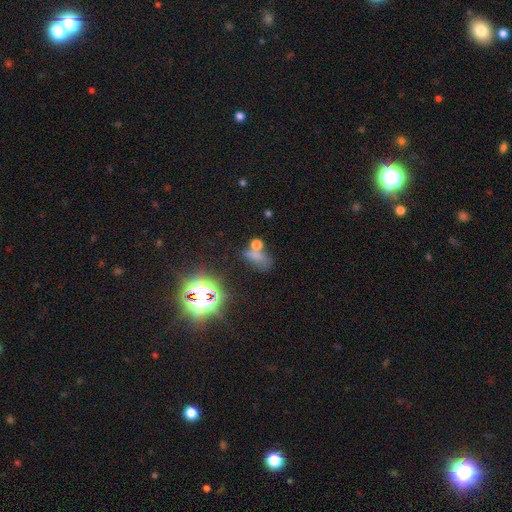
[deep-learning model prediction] Overall: smooth (56%; star or artifact 31%). How rounded: in between (65%). Merging: none (41%; merger 26%).